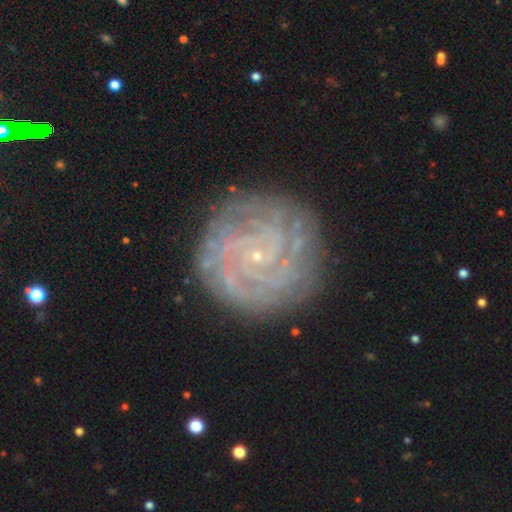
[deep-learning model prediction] A featured or disk galaxy (84%) with no bar (71%), tight (82%) spiral arms (97%) and a small central bulge (89%).

Vote fractions:
- Smooth or featured? featured or disk: 84% / star or artifact: 8% / smooth: 8%
- Edge-on disk? no: 98% / yes: 2%
- Bar? no: 71% / weak: 22% / strong: 7%
- Spiral arms? yes: 97% / no: 3%
- Spiral winding? tight: 82% / medium: 15% / loose: 3%
- Spiral arm count? can't tell: 26% / 4: 18% / 2: 18% / 3: 16% / more than 4: 14% / 1: 9%
- Bulge size? small: 89% / moderate: 5% / none: 4% / large: 1% / dominant: 1%
- Merging? none: 84% / minor disturbance: 11% / major disturbance: 4% / merger: 1%